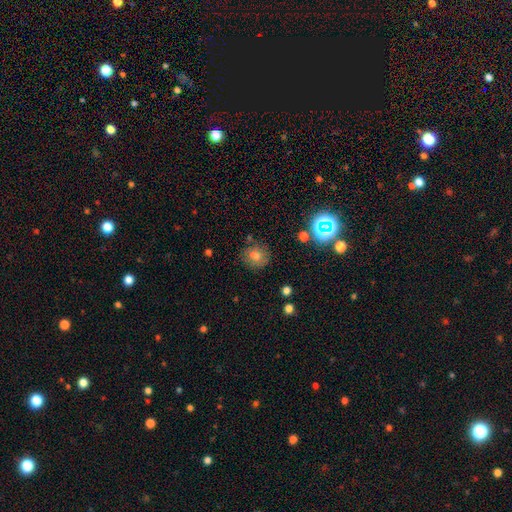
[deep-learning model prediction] Smooth or featured? Predicted: smooth (p=0.70). How rounded? Predicted: round (p=0.86). Merging? Predicted: none (p=0.82).